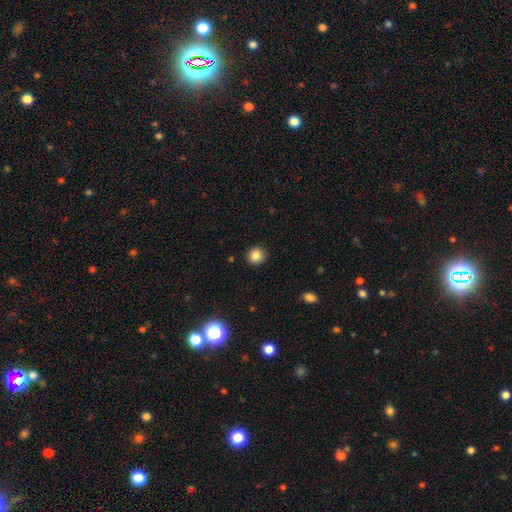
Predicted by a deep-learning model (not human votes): Overall: smooth (85%). How rounded: round (90%). Merging: none (91%).